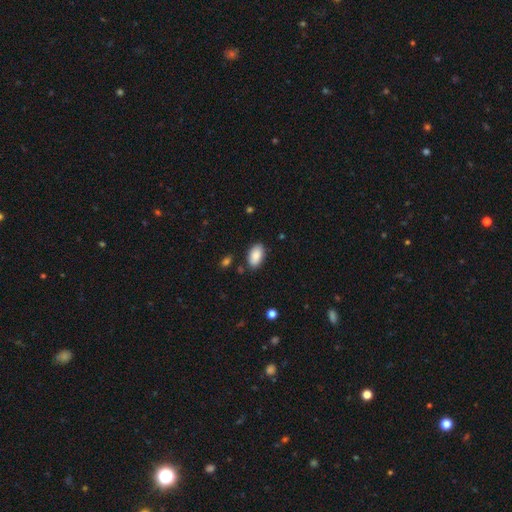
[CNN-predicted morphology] Smooth or featured? smooth (88%)
How rounded? in between (95%)
Merging? none (84%)